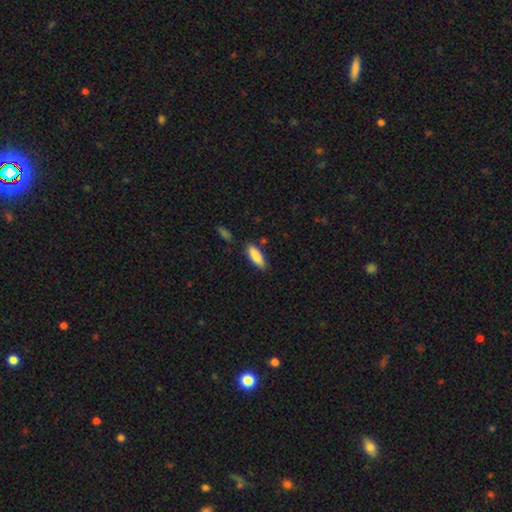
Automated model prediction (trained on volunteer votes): Smooth or featured?
  - smooth: 88% *
  - star or artifact: 6%
  - featured or disk: 6%
How rounded?
  - in between: 65% *
  - cigar-shaped: 33%
  - round: 2%
Merging?
  - none: 81% *
  - minor disturbance: 13%
  - merger: 3%
  - major disturbance: 3%